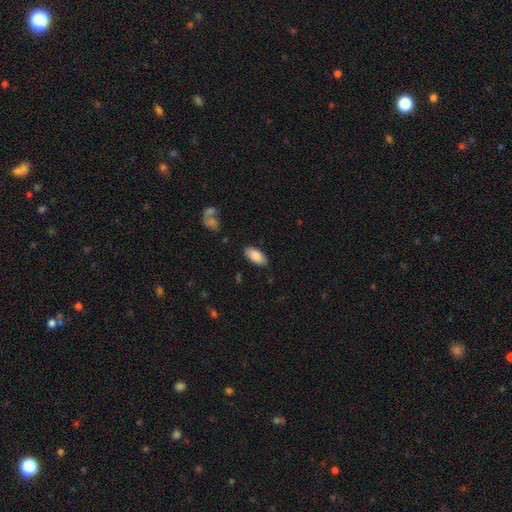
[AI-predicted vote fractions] This is clearly a smooth galaxy (85%). How rounded: clearly in between (93%). Merging: clearly none (86%).